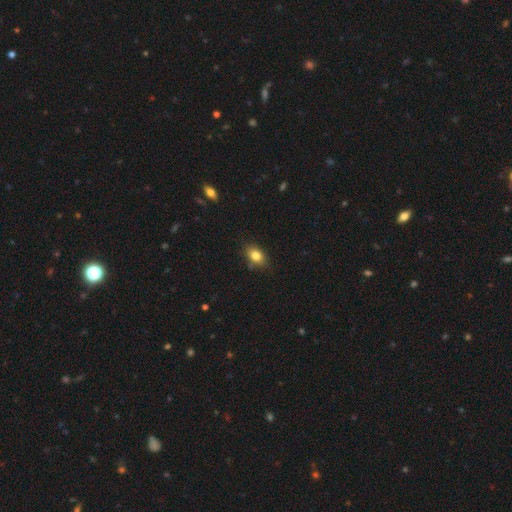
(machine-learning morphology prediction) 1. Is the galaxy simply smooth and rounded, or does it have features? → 82% smooth, 10% star or artifact, 8% featured or disk.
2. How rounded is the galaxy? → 77% in between, 21% round, 2% cigar-shaped.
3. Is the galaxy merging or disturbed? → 80% none, 15% minor disturbance, 3% major disturbance, 2% merger.